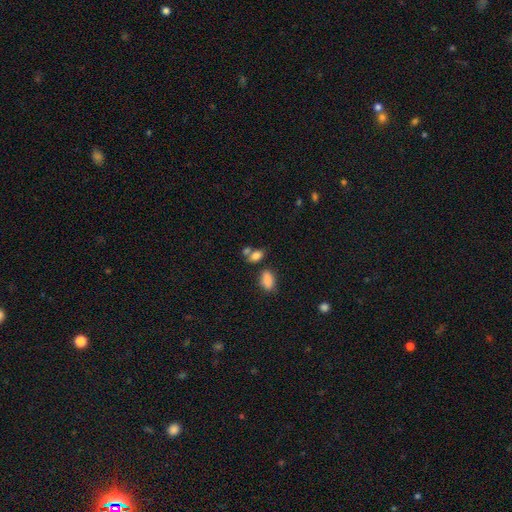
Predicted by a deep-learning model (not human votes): smooth 81%, star or artifact 11%, featured or disk 8%. Down the decision tree: how rounded — in between (79%); merging — none (44%).